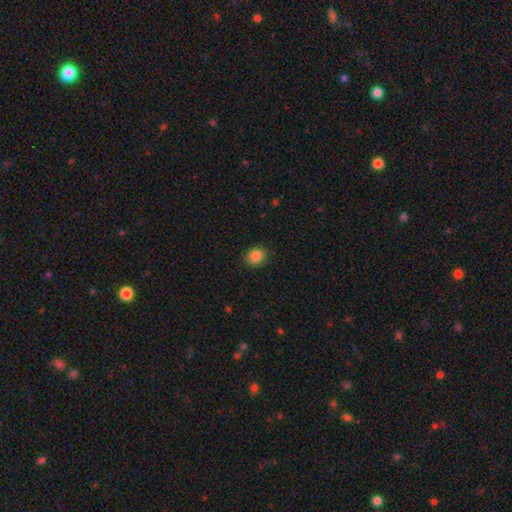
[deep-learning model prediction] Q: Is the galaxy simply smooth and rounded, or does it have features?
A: smooth — 87%.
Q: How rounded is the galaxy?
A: round — 74%.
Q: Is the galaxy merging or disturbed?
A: none — 84%.